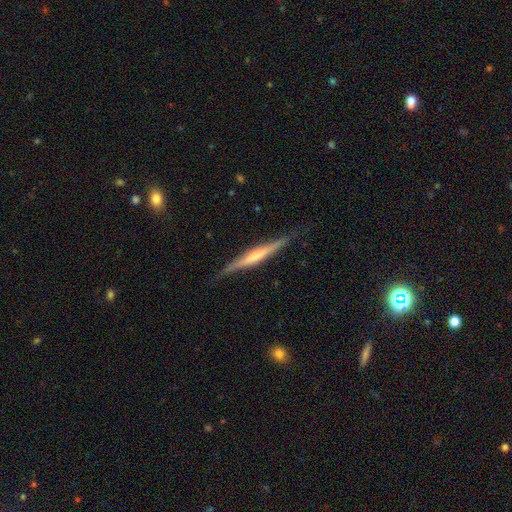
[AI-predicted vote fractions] featured or disk 63%, smooth 31%, star or artifact 5%. Down the decision tree: edge-on disk — yes (97%); edge-on bulge — none (43%); merging — none (85%).